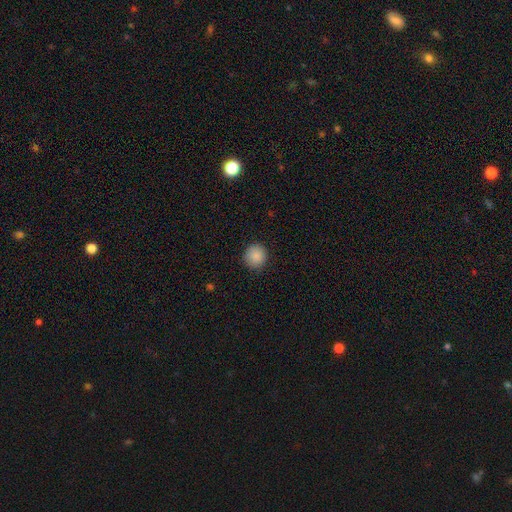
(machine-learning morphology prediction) Smooth or featured? smooth (88%)
How rounded? round (91%)
Merging? none (89%)